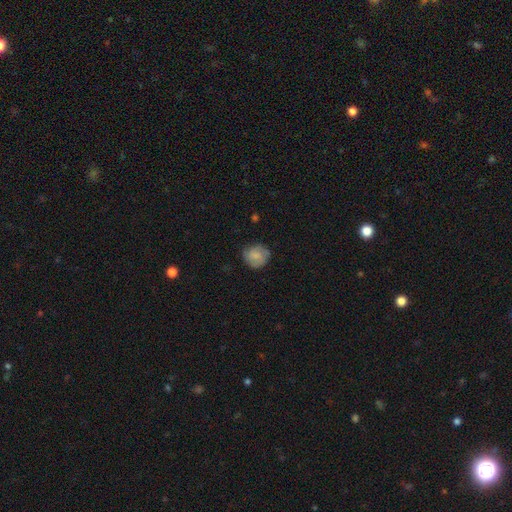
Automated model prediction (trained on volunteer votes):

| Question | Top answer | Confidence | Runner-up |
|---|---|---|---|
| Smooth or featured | smooth | 70% | featured or disk (22%) |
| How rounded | round | 83% | in between (16%) |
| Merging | none | 74% | minor disturbance (20%) |